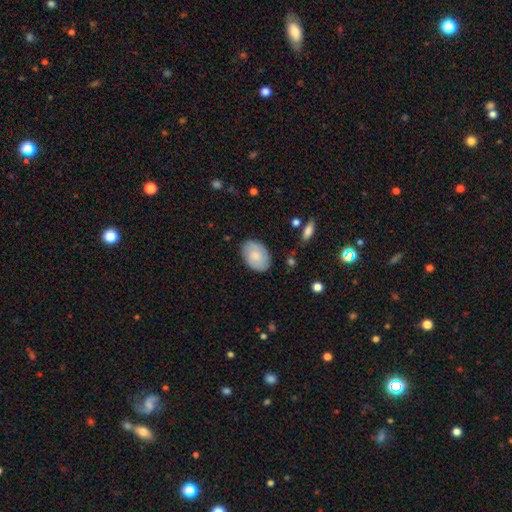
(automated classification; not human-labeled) smooth_or_featured: smooth (p=0.73) [alt: featured or disk p=0.20]
how_rounded: in between (p=0.84) [alt: round p=0.15]
merging: none (p=0.81) [alt: minor disturbance p=0.15]